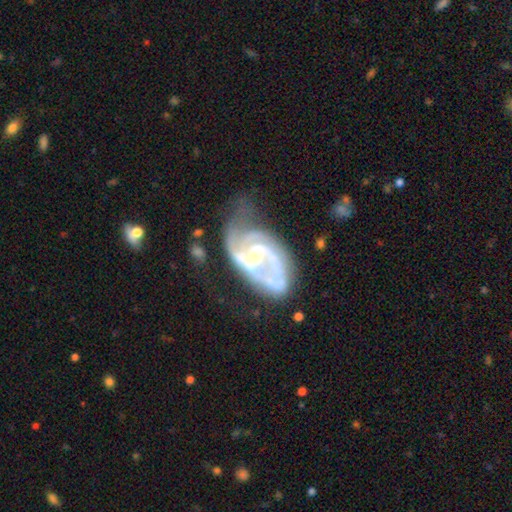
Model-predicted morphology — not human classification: Smooth or featured: featured or disk — 85% (smooth — 9%)
Edge-on disk: no — 97% (yes — 3%)
Bar: no — 43% (tied with weak — 43%)
Spiral arms: yes — 89% (no — 11%)
Spiral winding: medium — 44% (tight — 40%)
Spiral arm count: 2 — 49% (can't tell — 22%)
Bulge size: small — 53% (moderate — 37%)
Merging: major disturbance — 33% (none — 32%)